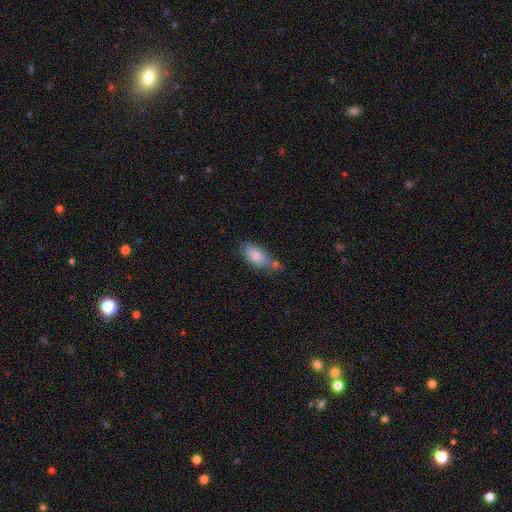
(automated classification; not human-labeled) smooth 84%, featured or disk 9%, star or artifact 7%. Down the decision tree: how rounded — in between (90%); merging — none (51%).